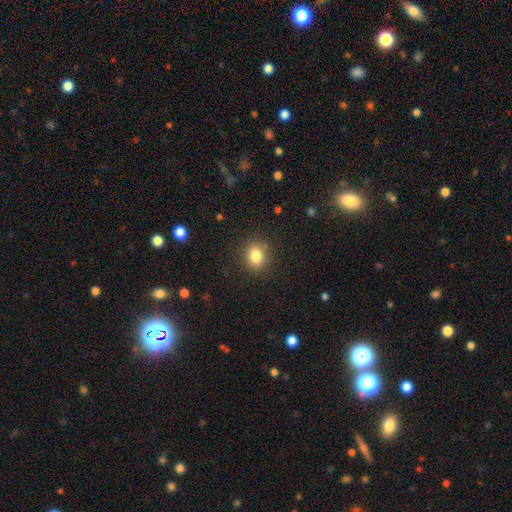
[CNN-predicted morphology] Smooth or featured?
  - smooth: 84% *
  - star or artifact: 10%
  - featured or disk: 6%
How rounded?
  - round: 56% *
  - in between: 43%
  - cigar-shaped: 1%
Merging?
  - none: 86% *
  - minor disturbance: 9%
  - major disturbance: 3%
  - merger: 1%